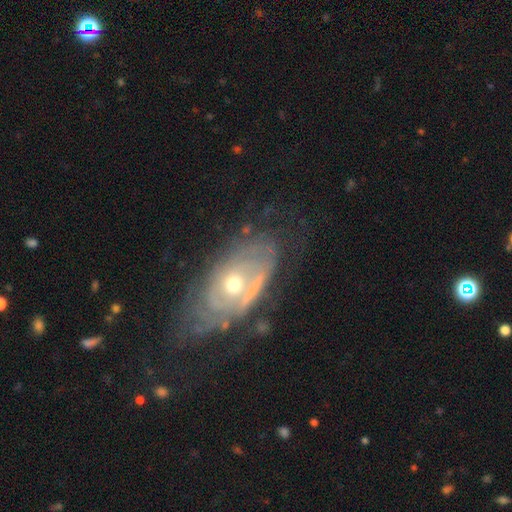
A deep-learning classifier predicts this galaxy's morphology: Smooth or featured?
  - featured or disk: 77% *
  - smooth: 16%
  - star or artifact: 7%
Edge-on disk?
  - no: 90% *
  - yes: 10%
Bar?
  - no: 76% *
  - weak: 17%
  - strong: 6%
Spiral arms?
  - yes: 67% *
  - no: 33%
Bulge size?
  - moderate: 63% *
  - small: 31%
  - large: 4%
  - dominant: 1%
  - none: 1%
Merging?
  - none: 56% *
  - minor disturbance: 23%
  - major disturbance: 17%
  - merger: 3%